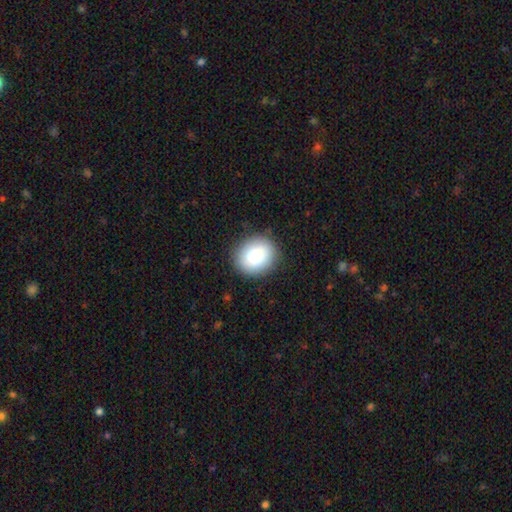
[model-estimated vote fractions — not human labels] A smooth galaxy with no disk features (78%) that is round (73%). Merging: none (88%).